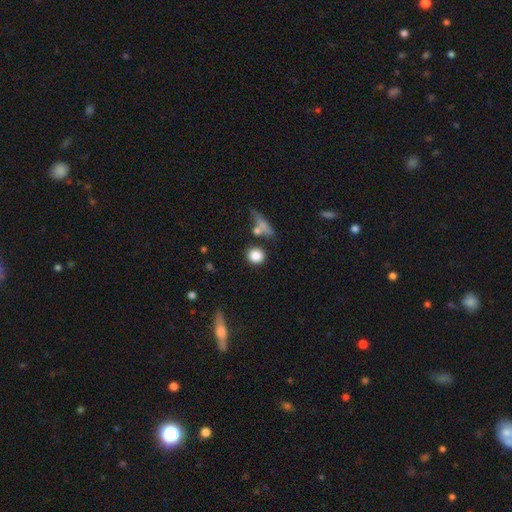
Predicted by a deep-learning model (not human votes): This is clearly a smooth galaxy (84%). How rounded: clearly round (85%). Merging: likely none (77%).